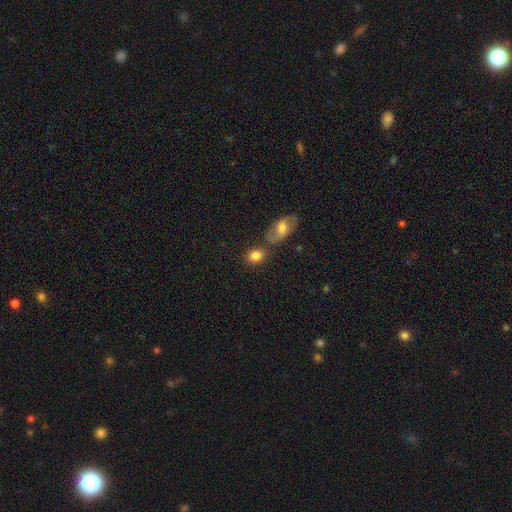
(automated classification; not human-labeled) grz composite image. It shows a smooth galaxy with no disk features (82%) that is in between round and cigar-shaped (65%). Merging: none (63%).